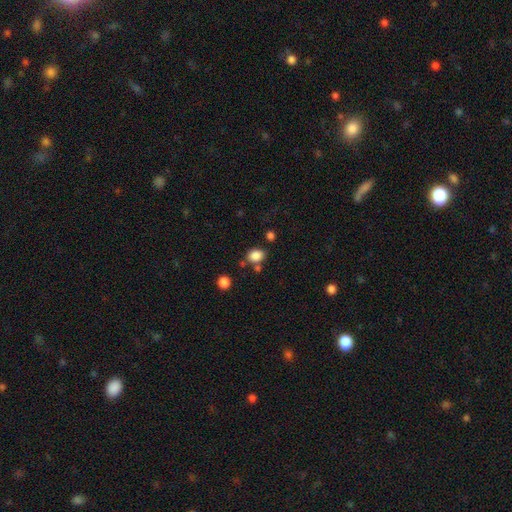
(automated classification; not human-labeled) This appears to be a smooth galaxy with no disk features (85%) that is in between round and cigar-shaped (60%). Merging: none (71%).